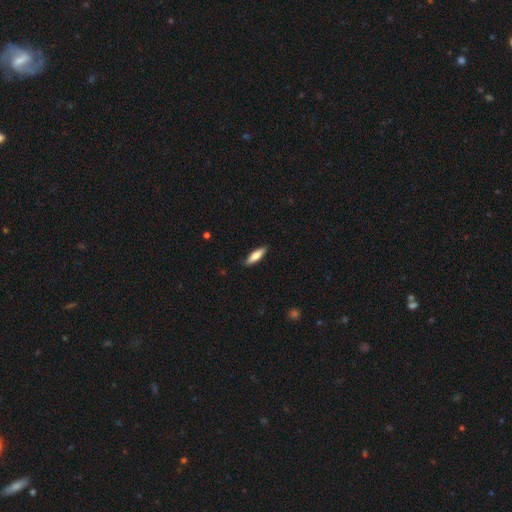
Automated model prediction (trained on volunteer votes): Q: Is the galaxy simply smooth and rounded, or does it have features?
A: smooth — 69%.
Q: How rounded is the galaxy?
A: cigar-shaped — 57%.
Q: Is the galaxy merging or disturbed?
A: none — 89%.